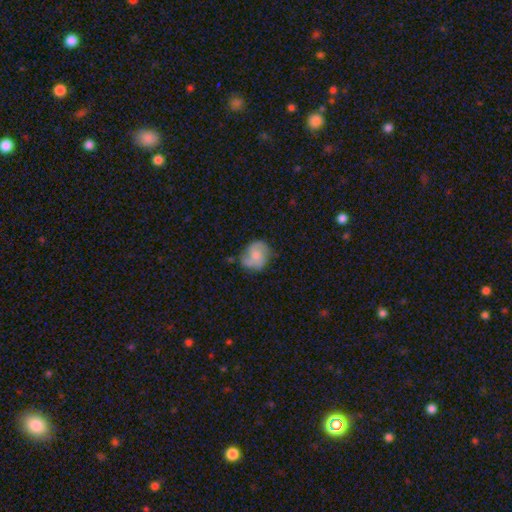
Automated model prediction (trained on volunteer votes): Smooth or featured? Predicted: smooth (p=0.55). How rounded? Predicted: round (p=0.63). Merging? Predicted: none (p=0.57).